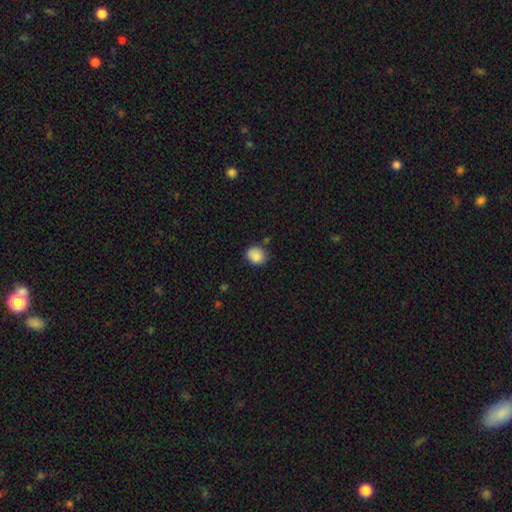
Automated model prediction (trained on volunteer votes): smooth-or-featured: smooth: 88% | star or artifact: 9% | featured or disk: 4%
  how-rounded: round: 62% | in between: 37% | cigar-shaped: 1%
  merging: none: 77% | minor disturbance: 17% | major disturbance: 4% | merger: 3%